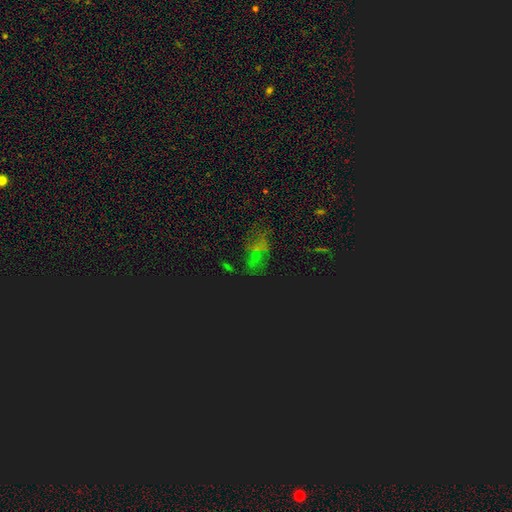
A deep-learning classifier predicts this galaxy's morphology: This is possibly a star or artifact rather than a galaxy (55%).